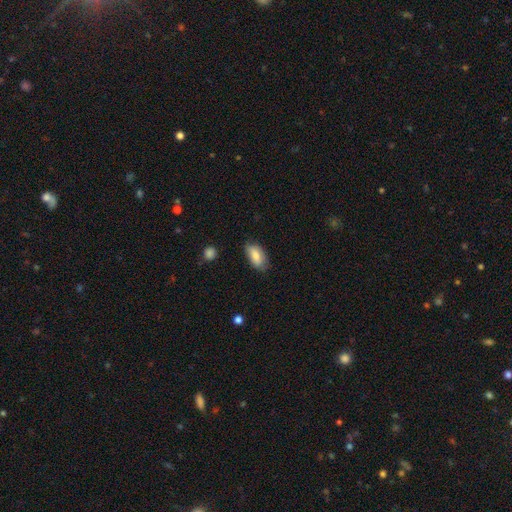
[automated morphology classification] Q: Smooth or featured?
A: smooth (81%); runner-up: featured or disk (13%)
Q: How rounded?
A: in between (91%); runner-up: cigar-shaped (6%)
Q: Merging?
A: none (74%); runner-up: minor disturbance (21%)